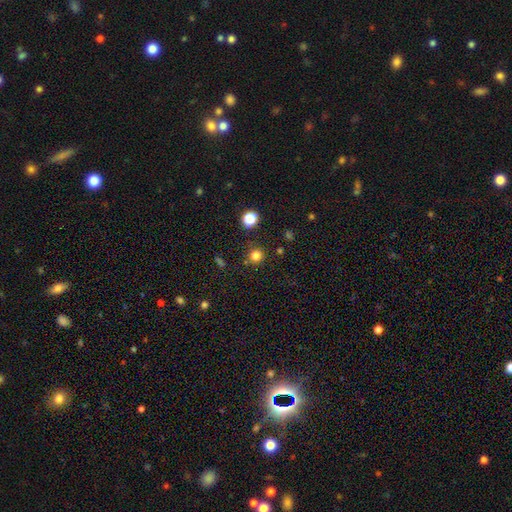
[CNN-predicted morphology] Smooth or featured: smooth — 79% (star or artifact — 16%)
How rounded: round — 93% (in between — 6%)
Merging: none — 86% (minor disturbance — 7%)